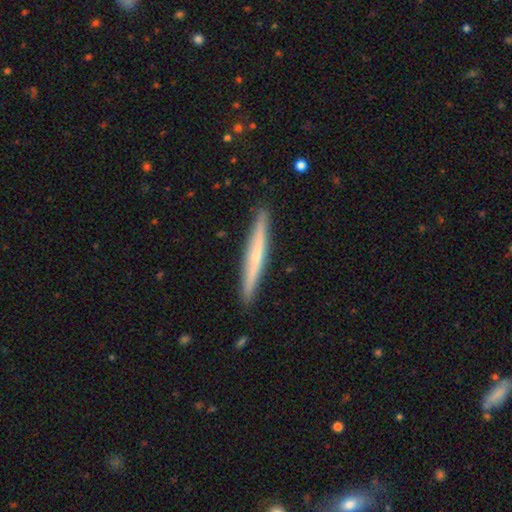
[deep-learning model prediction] smooth-or-featured: featured or disk: 53% | smooth: 41% | star or artifact: 5%
  disk-edge-on: yes: 96% | no: 4%
    edge-on-bulge: none: 55% | rounded: 39% | boxy: 7%
  merging: none: 91% | minor disturbance: 7% | major disturbance: 1% | merger: 1%